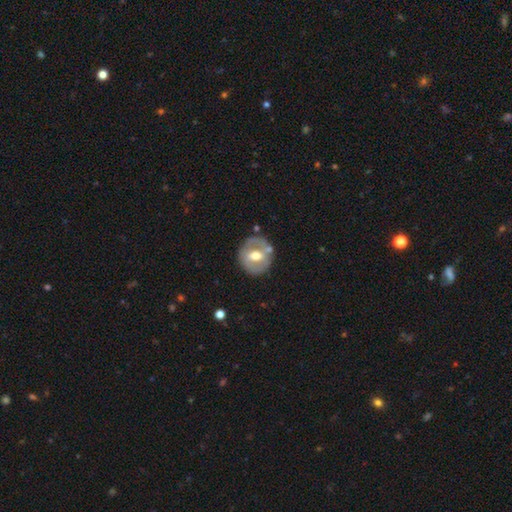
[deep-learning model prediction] Smooth or featured? Predicted: featured or disk (p=0.58). Edge-on disk? Predicted: no (p=0.94). Bar? Predicted: weak (p=0.43). Spiral arms? Predicted: no (p=0.71). Bulge size? Predicted: moderate (p=0.74). Merging? Predicted: none (p=0.73).